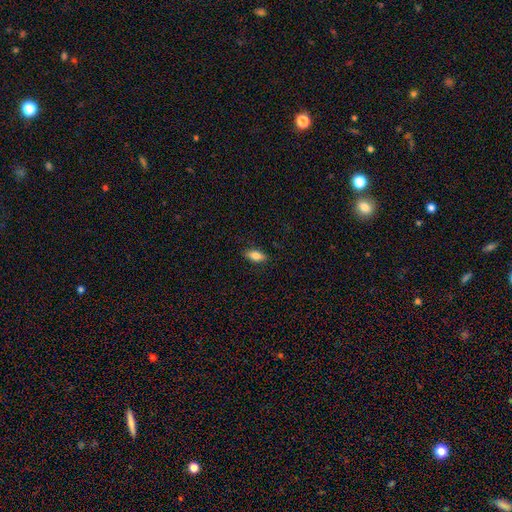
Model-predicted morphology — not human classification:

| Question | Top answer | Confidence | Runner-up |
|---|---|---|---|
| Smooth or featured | smooth | 80% | featured or disk (13%) |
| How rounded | in between | 82% | cigar-shaped (15%) |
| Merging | none | 87% | minor disturbance (9%) |